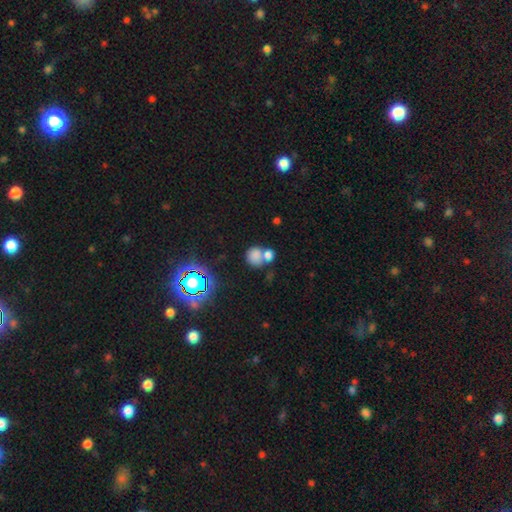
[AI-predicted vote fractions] Smooth or featured? Predicted: smooth (p=0.74). How rounded? Predicted: round (p=0.81). Merging? Predicted: merger (p=0.52).